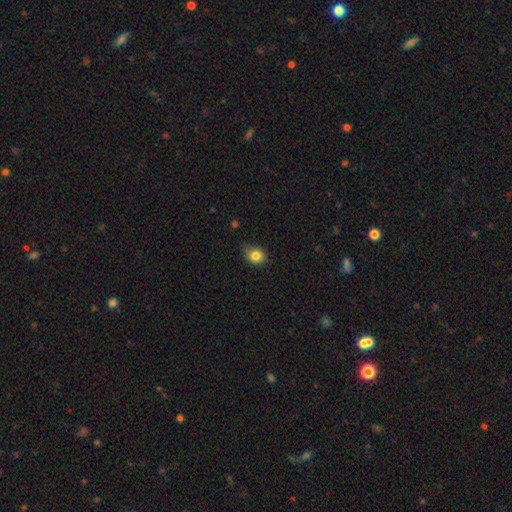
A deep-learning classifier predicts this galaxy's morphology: type=smooth (83%); roundness=round (56%); merging=none (67%).